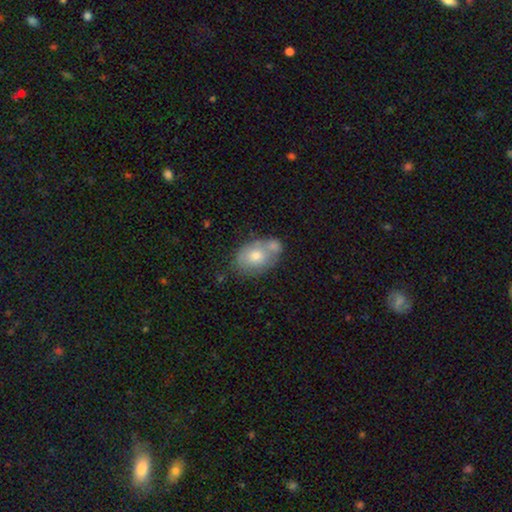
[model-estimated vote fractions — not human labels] Overall: smooth (67%). How rounded: in between (77%). Merging: none (41%; merger 35%).